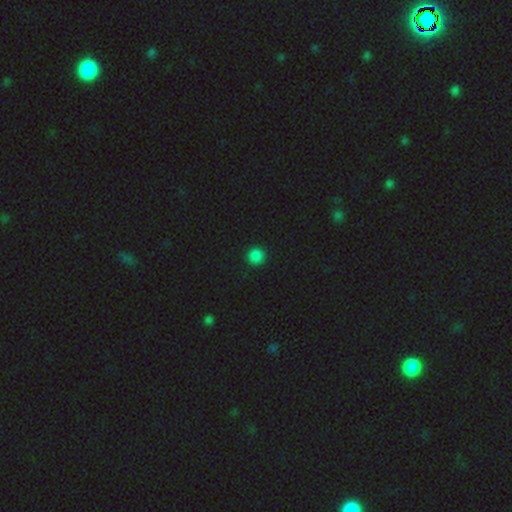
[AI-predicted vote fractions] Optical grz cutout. It shows a smooth galaxy with no disk features (85%) that is round (95%). Merging: none (93%).